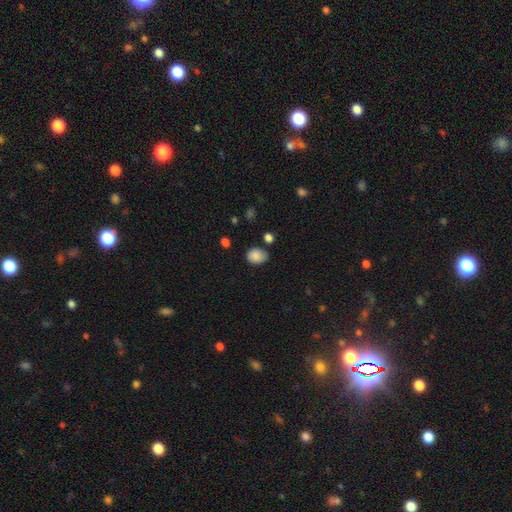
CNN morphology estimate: Smooth or featured?
  - smooth: 86% *
  - star or artifact: 9%
  - featured or disk: 6%
How rounded?
  - in between: 57% *
  - round: 42%
  - cigar-shaped: 1%
Merging?
  - none: 69% *
  - minor disturbance: 23%
  - major disturbance: 4%
  - merger: 4%